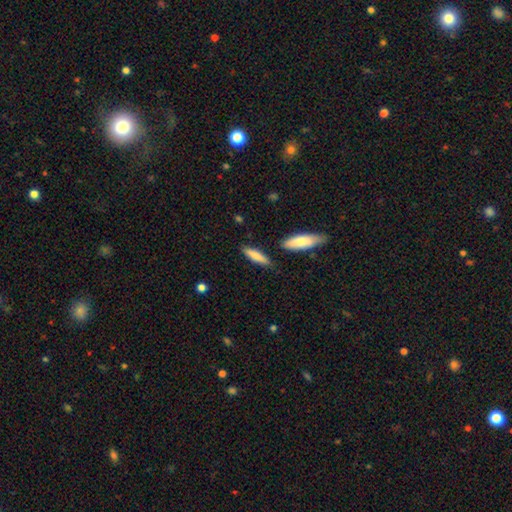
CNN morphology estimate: smooth_or_featured: smooth (p=0.80) [alt: featured or disk p=0.14]
how_rounded: cigar-shaped (p=0.71) [alt: in between p=0.28]
merging: none (p=0.82) [alt: minor disturbance p=0.11]